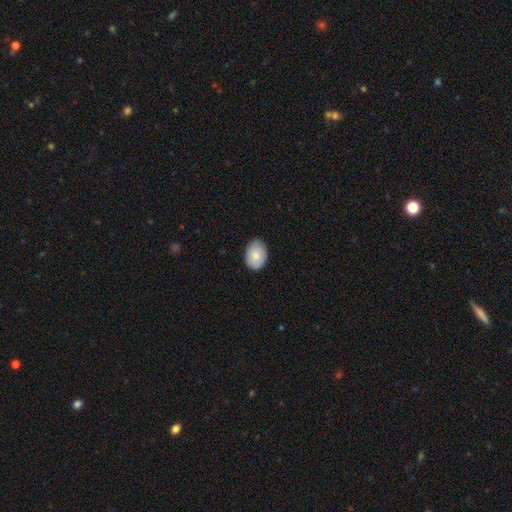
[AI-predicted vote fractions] Smooth or featured?
  - smooth: 83% *
  - featured or disk: 11%
  - star or artifact: 6%
How rounded?
  - in between: 76% *
  - round: 23%
  - cigar-shaped: 1%
Merging?
  - none: 82% *
  - minor disturbance: 15%
  - major disturbance: 2%
  - merger: 1%